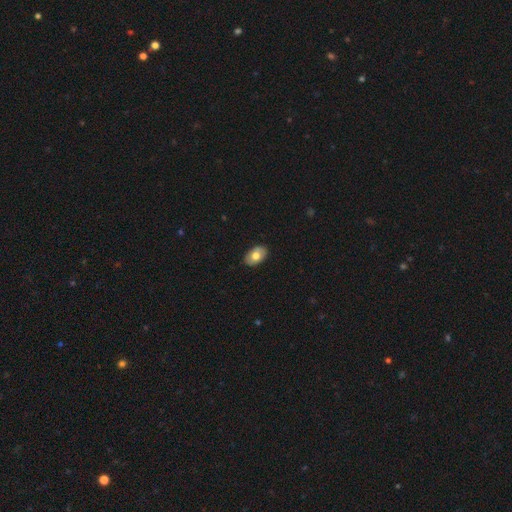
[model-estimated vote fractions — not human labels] Smooth or featured? smooth (74%)
How rounded? in between (91%)
Merging? none (88%)